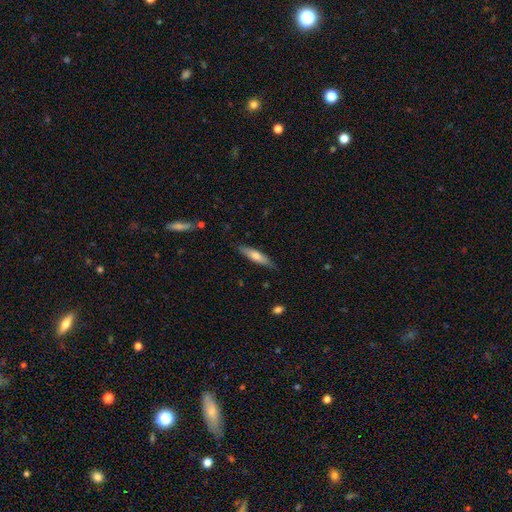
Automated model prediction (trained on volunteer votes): Morphology: type=smooth (63%); roundness=cigar-shaped (77%); merging=none (84%).